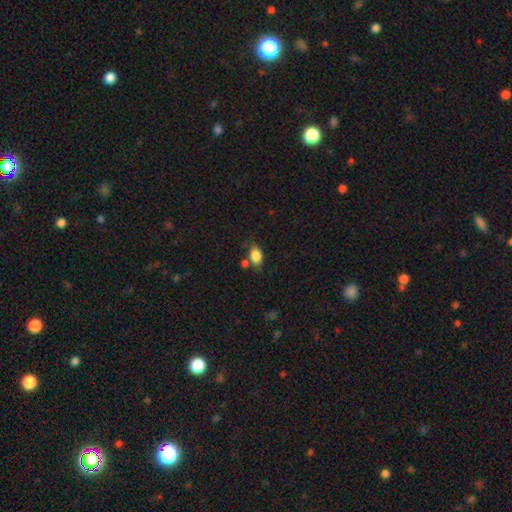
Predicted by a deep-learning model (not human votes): A smooth galaxy with no disk features (84%) that is in between round and cigar-shaped (76%). Merging: none (62%).